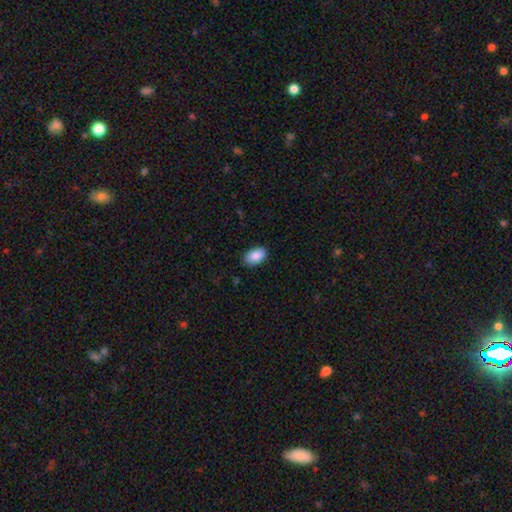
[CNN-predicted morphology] smooth-or-featured: smooth: 89% | star or artifact: 7% | featured or disk: 4%
  how-rounded: in between: 93% | round: 6% | cigar-shaped: 1%
  merging: none: 86% | minor disturbance: 10% | major disturbance: 2% | merger: 1%